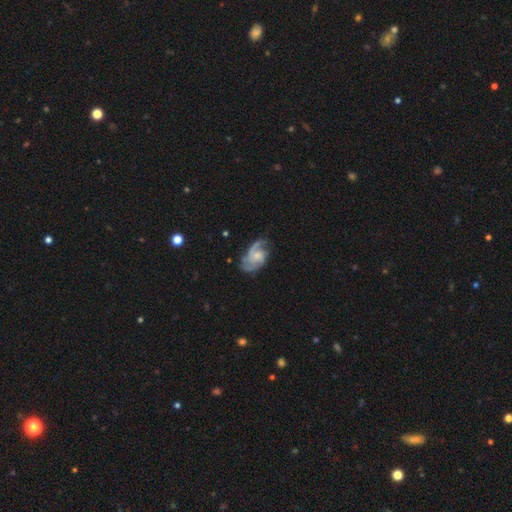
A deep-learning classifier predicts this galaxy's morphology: The model was most divided on "spiral arm count": 2: 45%, 3: 24%, can't tell: 15%, 1: 8%, 4: 4%, more than 4: 4%. Remaining: edge-on disk — no (98%); spiral arms — yes (95%); smooth or featured — featured or disk (82%); bar — no (63%); merging — none (57%); bulge size — small (52%); spiral winding — medium (49%).